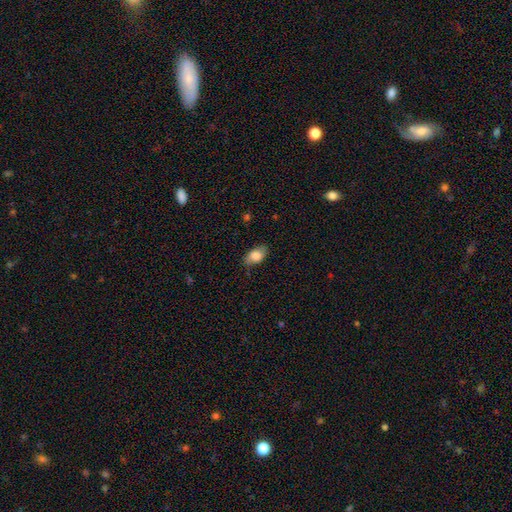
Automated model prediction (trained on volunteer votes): Smooth or featured: smooth — 74% (featured or disk — 19%)
How rounded: in between — 91% (round — 7%)
Merging: none — 76% (minor disturbance — 18%)